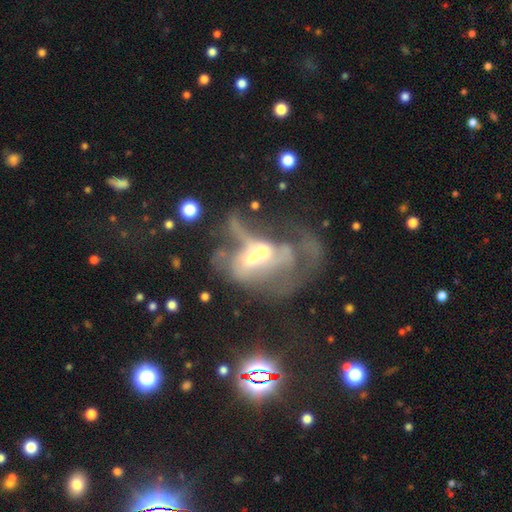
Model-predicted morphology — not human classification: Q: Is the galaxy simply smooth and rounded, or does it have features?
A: featured or disk — 63%.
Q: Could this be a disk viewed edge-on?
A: no — 93%.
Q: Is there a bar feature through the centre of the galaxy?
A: no — 71%.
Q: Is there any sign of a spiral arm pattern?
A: no — 69%.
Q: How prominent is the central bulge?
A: moderate — 58%.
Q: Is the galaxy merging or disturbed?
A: merger — 57%.